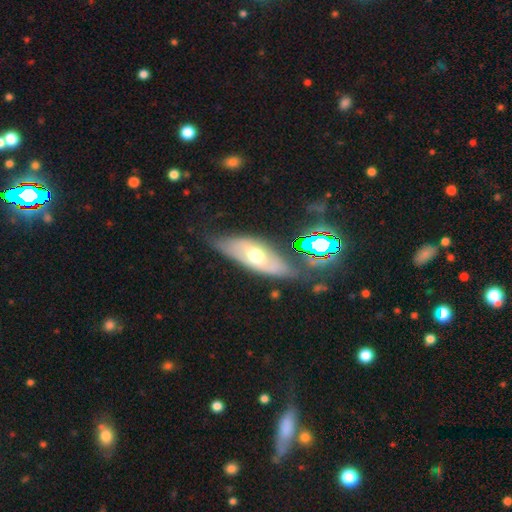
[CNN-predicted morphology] A featured or disk galaxy (51%). Merging: none (69%).